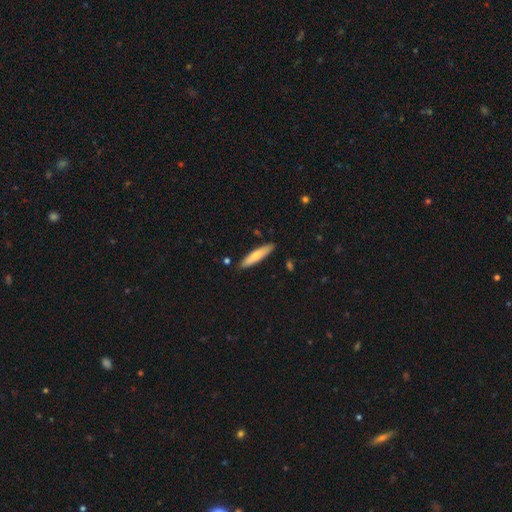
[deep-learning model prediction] A smooth galaxy with no disk features (70%) that is cigar-shaped (82%). Merging: none (87%).